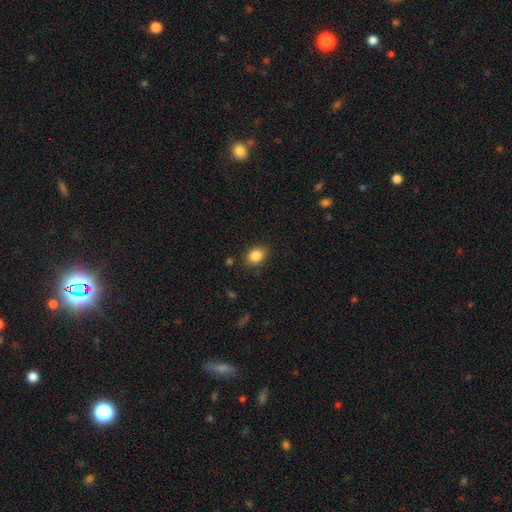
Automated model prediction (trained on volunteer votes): Morphology: type=smooth (85%); roundness=in between (70%); merging=none (85%).